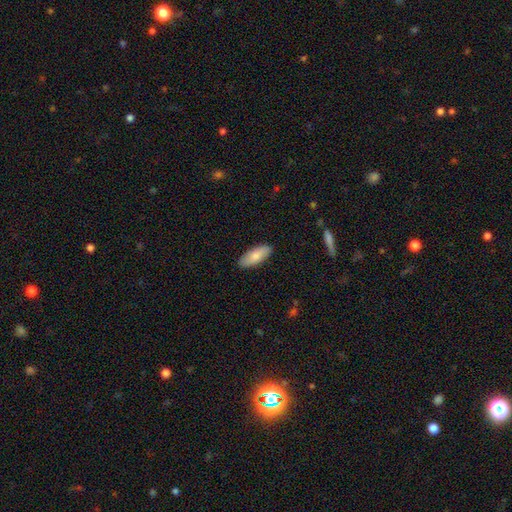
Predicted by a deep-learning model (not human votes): The model was most divided on "how rounded": in between: 81%, cigar-shaped: 17%, round: 2%. More confident: merging — none (88%); smooth or featured — smooth (81%).